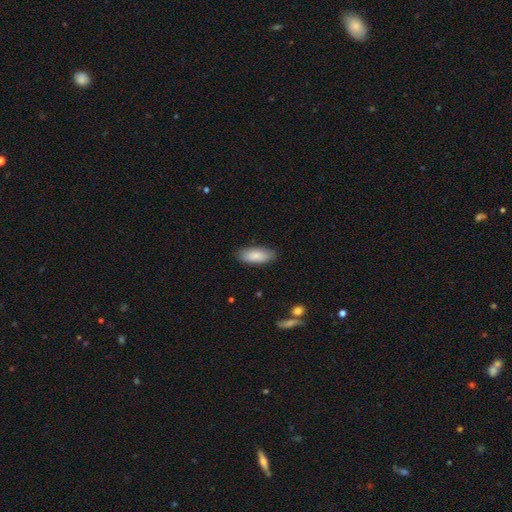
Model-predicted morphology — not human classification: Smooth or featured? smooth (86%)
How rounded? in between (80%)
Merging? none (87%)